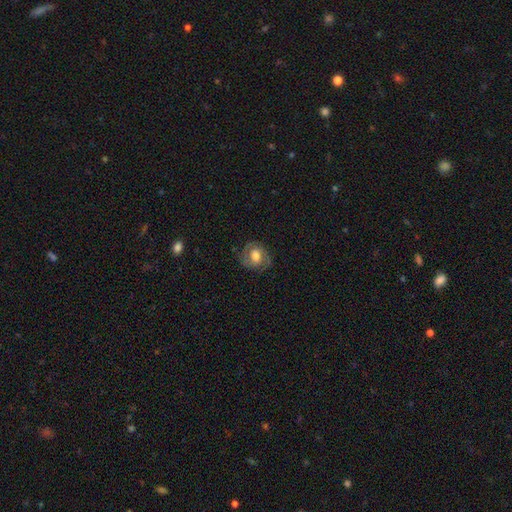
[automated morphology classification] This is possibly a featured or disk galaxy (59%). It is clearly not viewed edge-on (97%). Bar: possibly no (50%). Spiral arm pattern: likely yes (77%). Central bulge: possibly moderate (53%). Merging: likely none (75%).